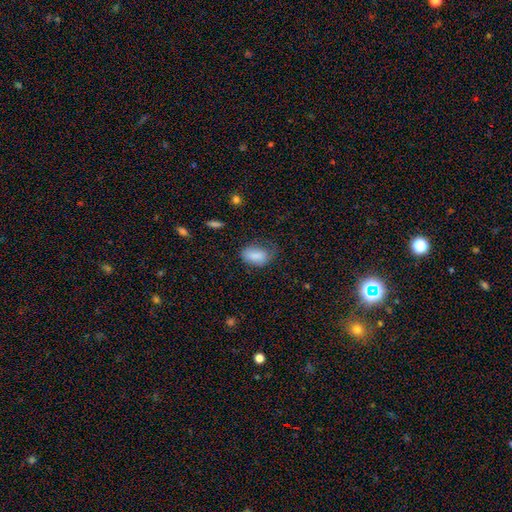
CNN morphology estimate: The model was most divided on "merging": none: 45%, minor disturbance: 32%, major disturbance: 21%, merger: 2%. More confident: how rounded — in between (89%); smooth or featured — smooth (83%).